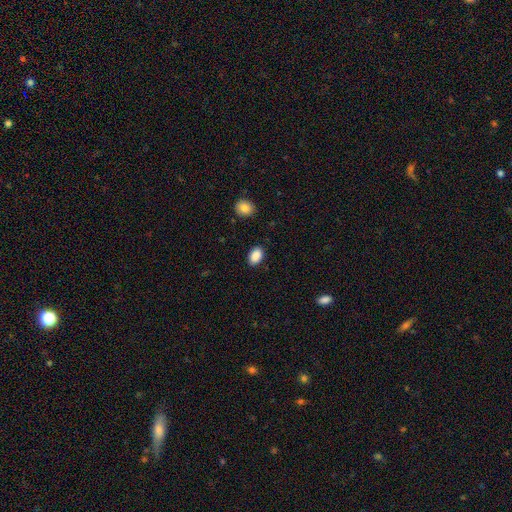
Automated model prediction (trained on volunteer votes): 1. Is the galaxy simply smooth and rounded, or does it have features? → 89% smooth, 8% star or artifact, 3% featured or disk.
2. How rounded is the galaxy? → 83% in between, 16% round, 1% cigar-shaped.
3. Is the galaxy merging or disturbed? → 87% none, 9% minor disturbance, 2% major disturbance, 1% merger.